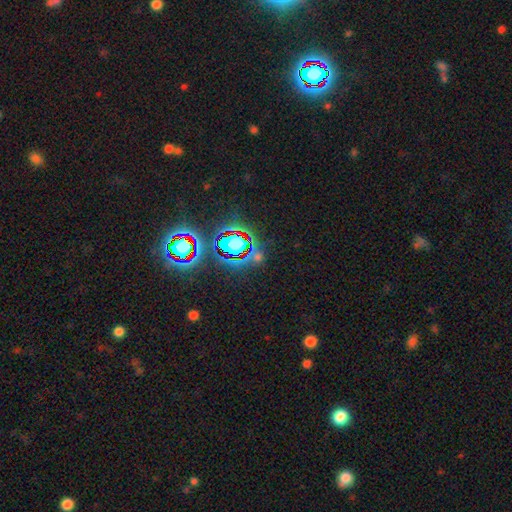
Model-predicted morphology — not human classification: Smooth or featured: star or artifact — 75% (smooth — 15%)